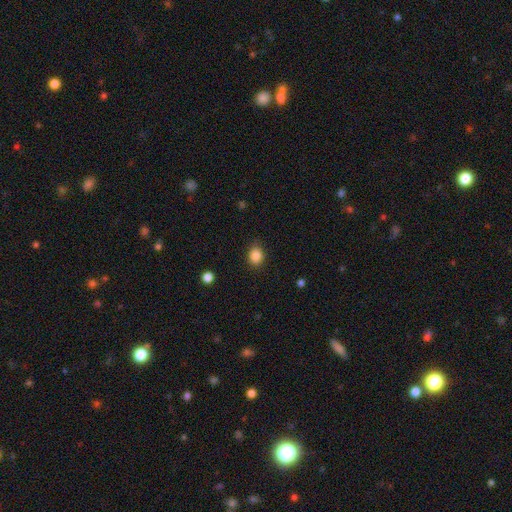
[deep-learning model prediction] This is clearly a smooth galaxy (86%). How rounded: possibly round (54%). Merging: clearly none (84%).